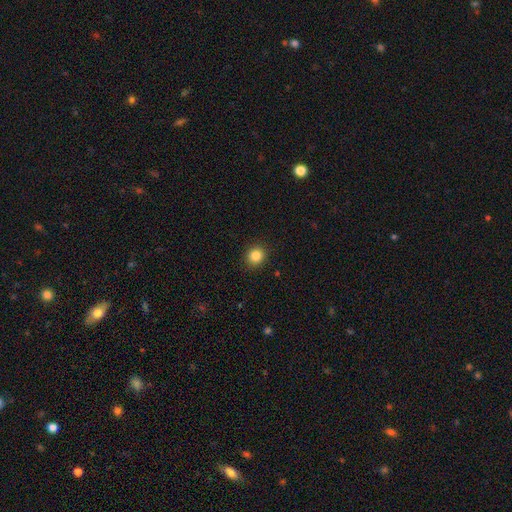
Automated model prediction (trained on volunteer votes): smooth_or_featured: smooth (p=0.85) [alt: star or artifact p=0.11]
how_rounded: round (p=0.87) [alt: in between p=0.12]
merging: none (p=0.91) [alt: minor disturbance p=0.06]